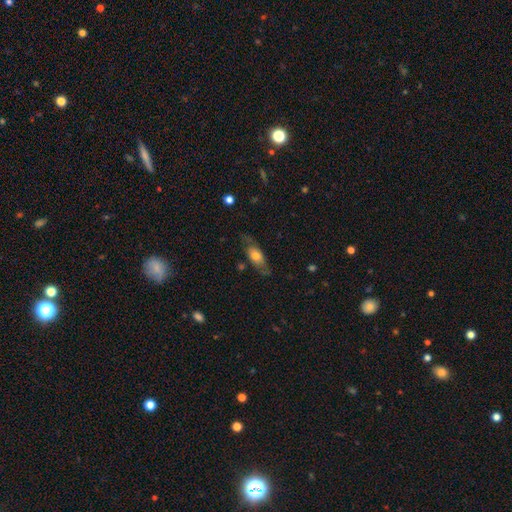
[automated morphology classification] smooth_or_featured: smooth (p=0.59) [alt: featured or disk p=0.33]
how_rounded: in between (p=0.76) [alt: cigar-shaped p=0.19]
merging: none (p=0.63) [alt: minor disturbance p=0.24]